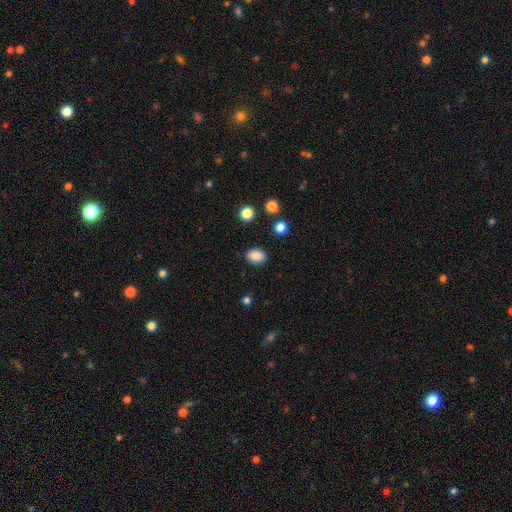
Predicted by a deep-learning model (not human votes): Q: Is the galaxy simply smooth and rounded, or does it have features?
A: smooth — 87%.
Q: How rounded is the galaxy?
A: in between — 77%.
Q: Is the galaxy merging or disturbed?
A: none — 87%.